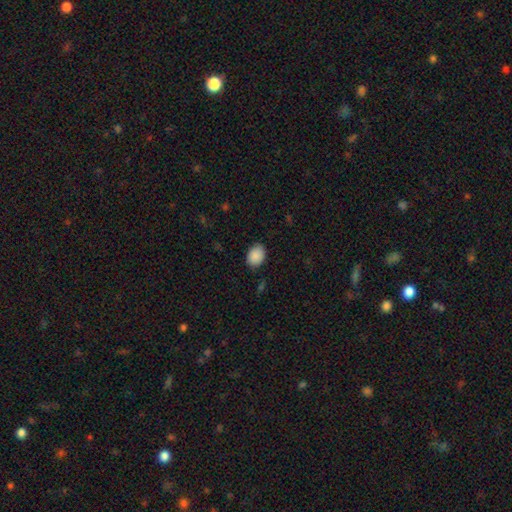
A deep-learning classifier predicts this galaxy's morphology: type=smooth (90%); roundness=in between (68%); merging=none (85%).